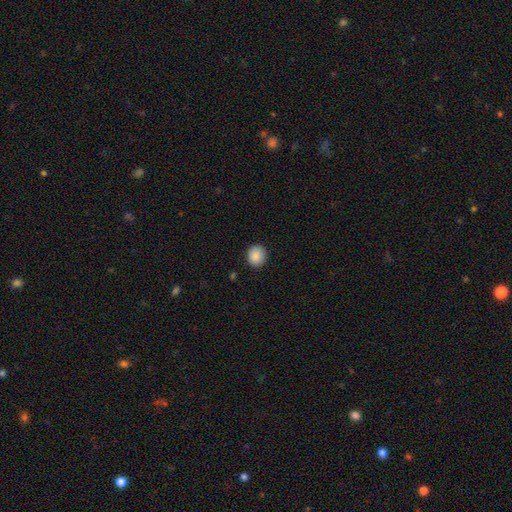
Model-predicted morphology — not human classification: This is clearly a smooth galaxy (88%). How rounded: clearly round (82%). Merging: clearly none (90%).